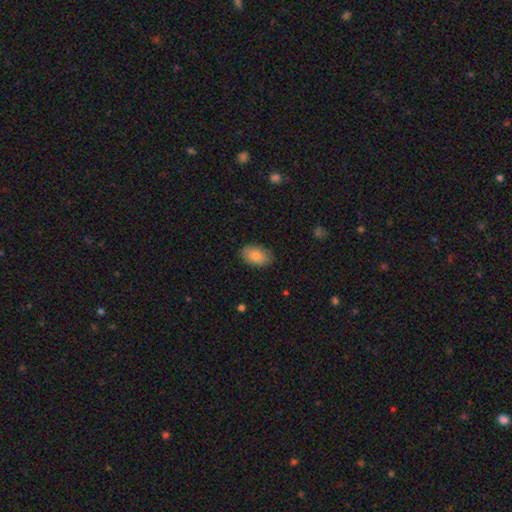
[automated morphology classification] This is clearly a smooth galaxy (83%). How rounded: clearly in between (91%). Merging: clearly none (86%).